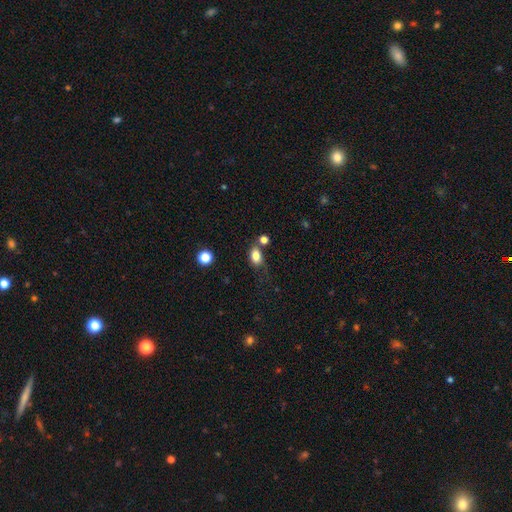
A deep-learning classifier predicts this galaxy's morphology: Smooth or featured?
  - smooth: 82% *
  - star or artifact: 10%
  - featured or disk: 8%
How rounded?
  - in between: 78% *
  - round: 20%
  - cigar-shaped: 2%
Merging?
  - none: 57% *
  - minor disturbance: 21%
  - merger: 14%
  - major disturbance: 8%